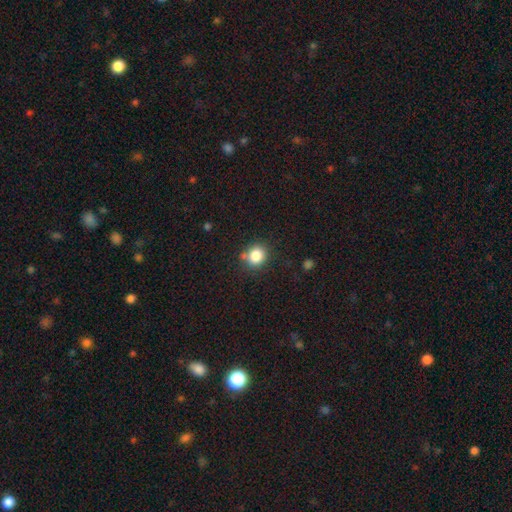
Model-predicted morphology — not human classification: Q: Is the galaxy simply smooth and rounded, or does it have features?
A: smooth — 83%.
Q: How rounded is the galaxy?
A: round — 80%.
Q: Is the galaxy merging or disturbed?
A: none — 76%.